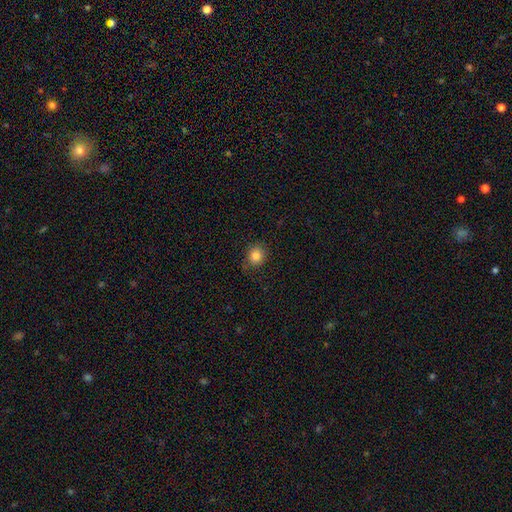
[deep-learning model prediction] This appears to be a smooth galaxy with no disk features (84%) that is round (81%). Merging: none (80%).